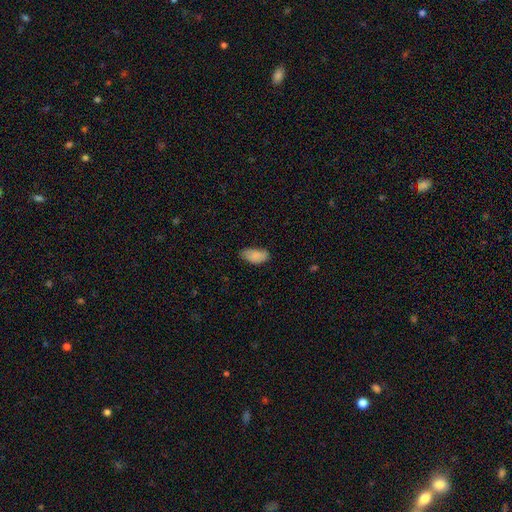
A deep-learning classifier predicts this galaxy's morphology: smooth 82%, featured or disk 10%, star or artifact 7%. Down the decision tree: how rounded — in between (94%); merging — none (63%).